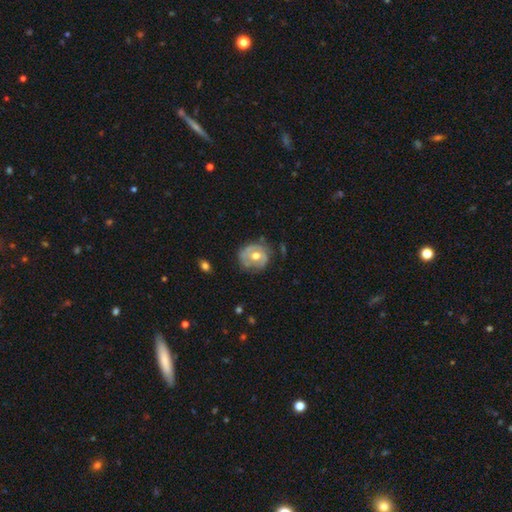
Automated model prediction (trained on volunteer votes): smooth_or_featured: featured or disk (p=0.58) [alt: smooth p=0.36]
disk_edge_on: no (p=0.97) [alt: yes p=0.03]
bar: no (p=0.73) [alt: weak p=0.21]
has_spiral_arms: yes (p=0.53) [alt: no p=0.47]
bulge_size: moderate (p=0.78) [alt: small p=0.11]
merging: none (p=0.61) [alt: minor disturbance p=0.26]